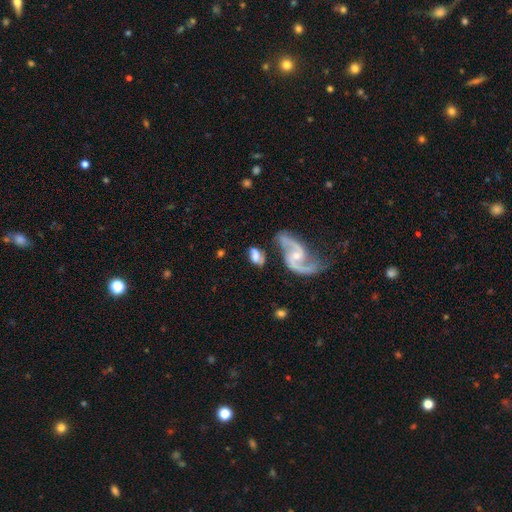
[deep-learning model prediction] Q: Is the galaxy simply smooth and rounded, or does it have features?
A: featured or disk — 54%.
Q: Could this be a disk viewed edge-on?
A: no — 94%.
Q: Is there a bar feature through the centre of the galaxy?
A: weak — 44%.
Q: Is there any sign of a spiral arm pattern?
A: yes — 84%.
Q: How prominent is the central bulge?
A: small — 47%.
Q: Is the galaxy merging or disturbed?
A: none — 48%.